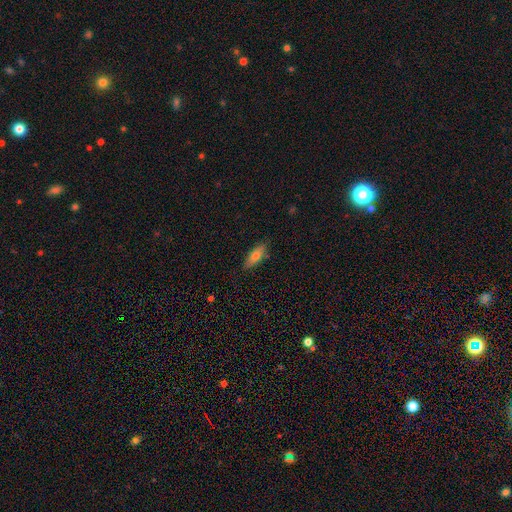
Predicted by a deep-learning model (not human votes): This is likely a smooth galaxy (71%). How rounded: likely in between (67%). Merging: clearly none (83%).